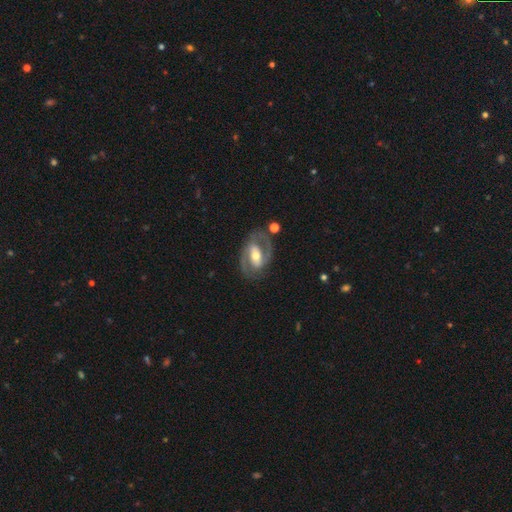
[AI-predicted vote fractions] Q: Smooth or featured?
A: featured or disk (82%); runner-up: smooth (13%)
Q: Edge-on disk?
A: no (96%); runner-up: yes (4%)
Q: Bar?
A: strong (46%); runner-up: weak (33%)
Q: Spiral arms?
A: yes (86%); runner-up: no (14%)
Q: Spiral winding?
A: medium (52%); runner-up: tight (32%)
Q: Spiral arm count?
A: 2 (87%); runner-up: can't tell (6%)
Q: Bulge size?
A: moderate (67%); runner-up: small (21%)
Q: Merging?
A: none (75%); runner-up: minor disturbance (14%)